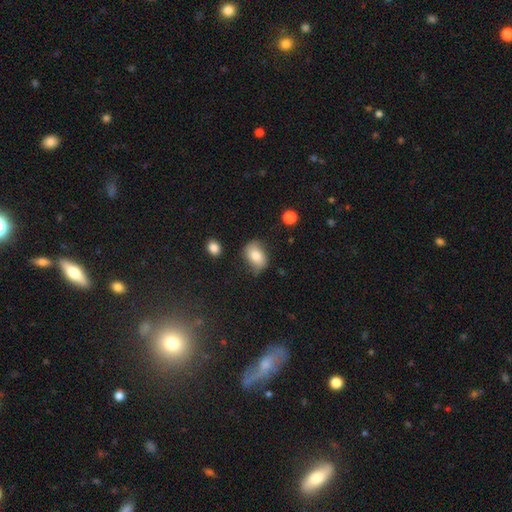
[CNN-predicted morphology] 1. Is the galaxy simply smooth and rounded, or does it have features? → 77% smooth, 15% featured or disk, 8% star or artifact.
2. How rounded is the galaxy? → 80% in between, 18% round, 2% cigar-shaped.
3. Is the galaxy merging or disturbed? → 59% none, 30% minor disturbance, 8% major disturbance, 3% merger.